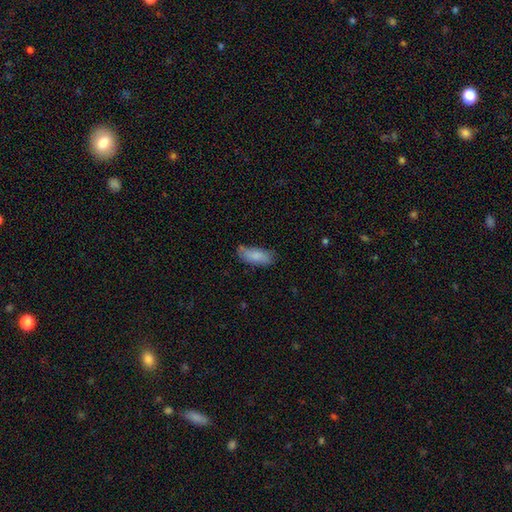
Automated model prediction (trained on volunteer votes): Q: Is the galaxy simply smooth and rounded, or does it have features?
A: smooth — 83%.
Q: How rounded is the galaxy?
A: in between — 79%.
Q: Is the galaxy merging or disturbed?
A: none — 67%.